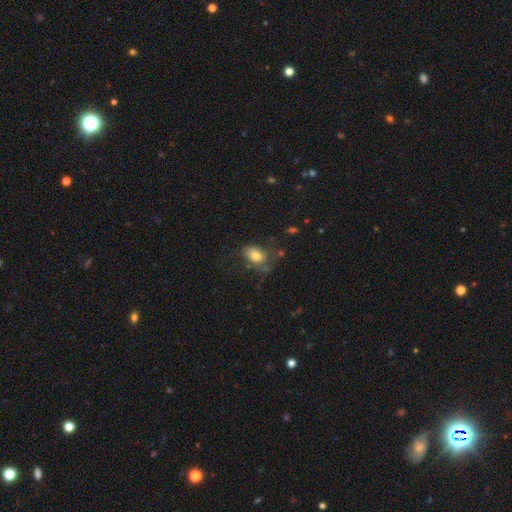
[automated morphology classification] This is likely a smooth galaxy (78%). How rounded: clearly in between (83%). Merging: possibly none (57%).